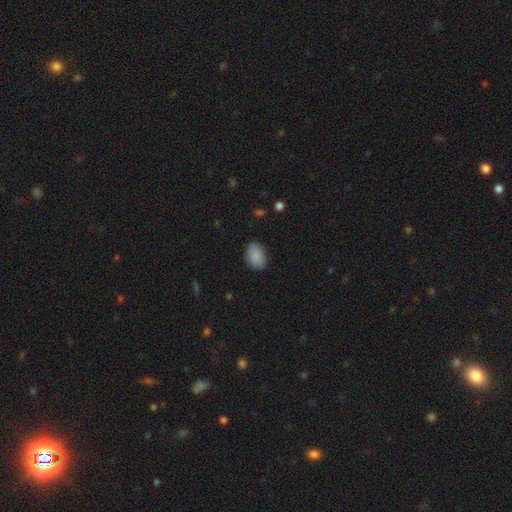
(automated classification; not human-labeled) smooth-or-featured: smooth: 89% | star or artifact: 7% | featured or disk: 4%
  how-rounded: in between: 87% | round: 11% | cigar-shaped: 1%
  merging: none: 82% | minor disturbance: 14% | major disturbance: 3% | merger: 1%